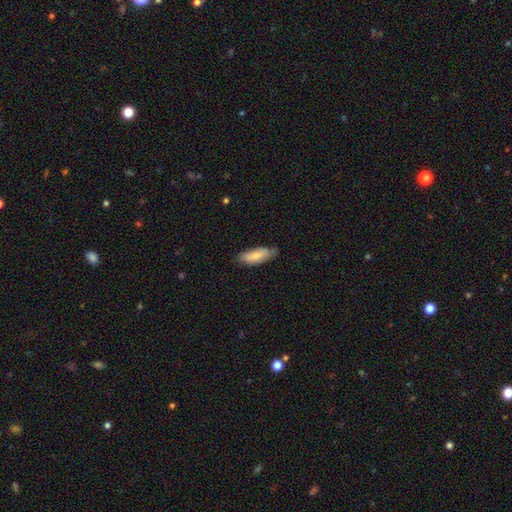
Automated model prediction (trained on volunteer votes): A smooth galaxy with no disk features (75%) that is in between round and cigar-shaped (68%).

Vote fractions:
- Smooth or featured? smooth: 75% / featured or disk: 19% / star or artifact: 6%
- How rounded? in between: 68% / cigar-shaped: 30% / round: 2%
- Merging? none: 71% / minor disturbance: 24% / major disturbance: 3% / merger: 1%